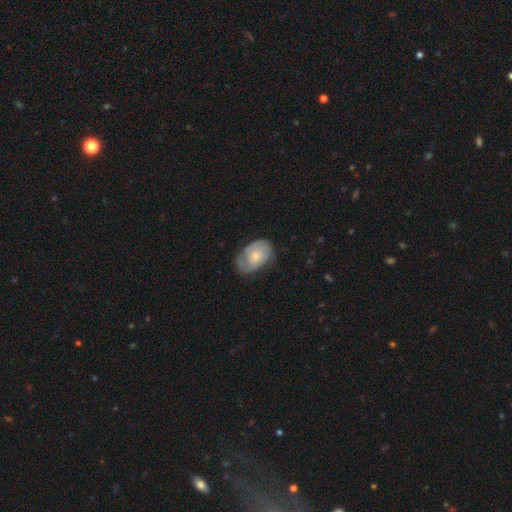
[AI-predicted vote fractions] This is likely a featured or disk galaxy (61%). It is clearly not viewed edge-on (97%). Bar: likely no (77%). Spiral arm pattern: clearly yes (86%). Spiral arm count: possibly 2 (51%). Spiral winding: possibly tight (55%). Central bulge: possibly small (49%). Merging: likely none (68%).